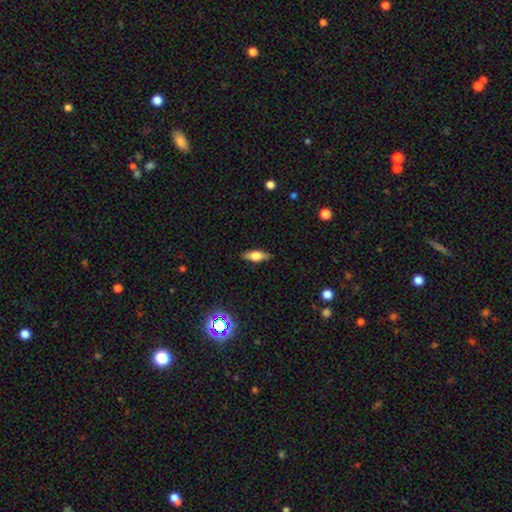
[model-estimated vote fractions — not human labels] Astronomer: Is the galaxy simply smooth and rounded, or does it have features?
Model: smooth — 59%.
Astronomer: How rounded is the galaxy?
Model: in between — 64%.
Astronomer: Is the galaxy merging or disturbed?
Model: none — 87%.